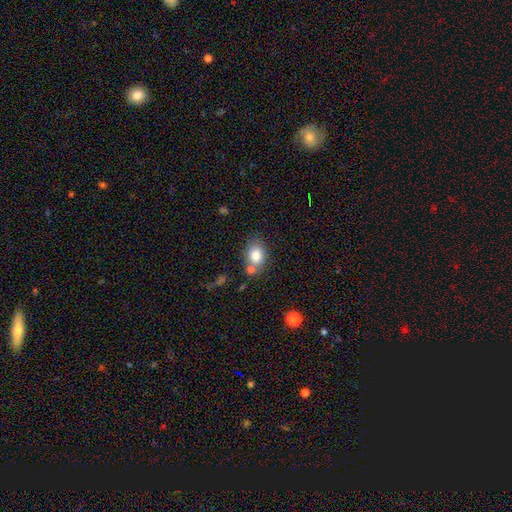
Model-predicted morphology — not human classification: Smooth or featured: smooth — 81% (featured or disk — 10%)
How rounded: in between — 65% (round — 33%)
Merging: none — 64% (merger — 19%)